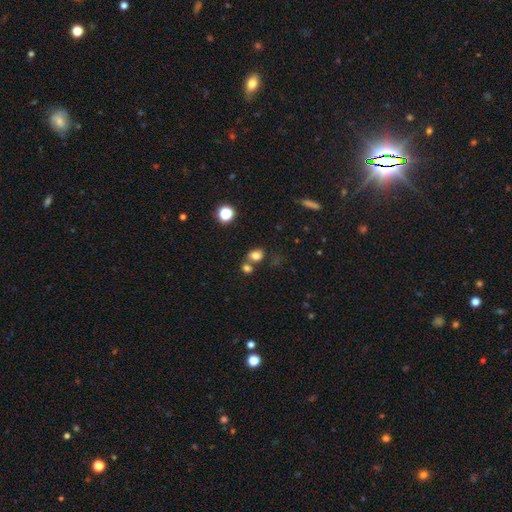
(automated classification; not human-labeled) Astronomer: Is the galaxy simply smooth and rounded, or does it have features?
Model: smooth — 77%.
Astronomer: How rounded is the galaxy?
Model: round — 56% (runner-up: in between, 43%).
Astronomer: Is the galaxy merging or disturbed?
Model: none — 52% (runner-up: merger, 31%).